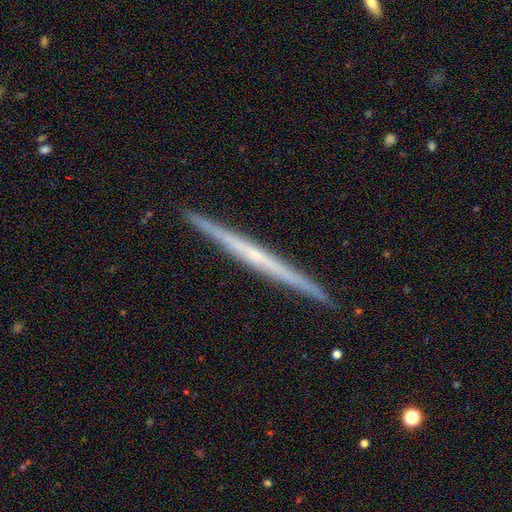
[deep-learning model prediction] featured or disk 71%, smooth 23%, star or artifact 6%. Down the decision tree: edge-on disk — yes (98%); edge-on bulge — none (75%); merging — none (93%).